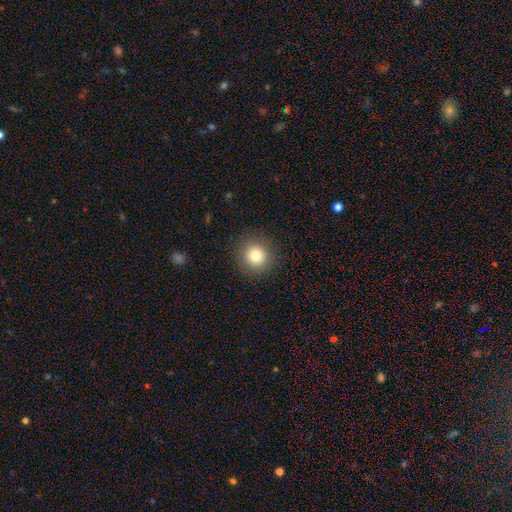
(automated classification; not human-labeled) Overall: smooth (80%). How rounded: round (93%). Merging: none (90%).